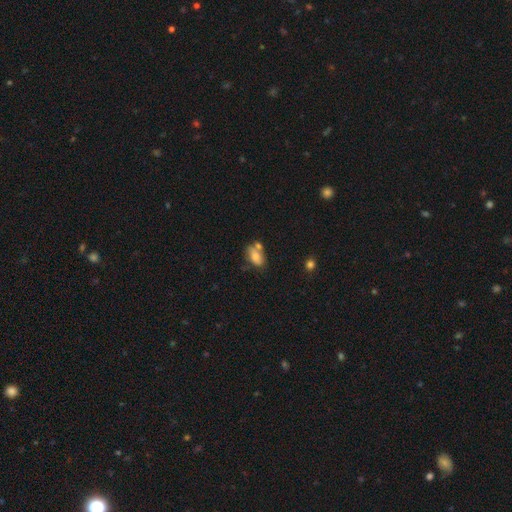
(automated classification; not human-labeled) Smooth or featured? smooth (73%)
How rounded? in between (89%)
Merging? none (44%)